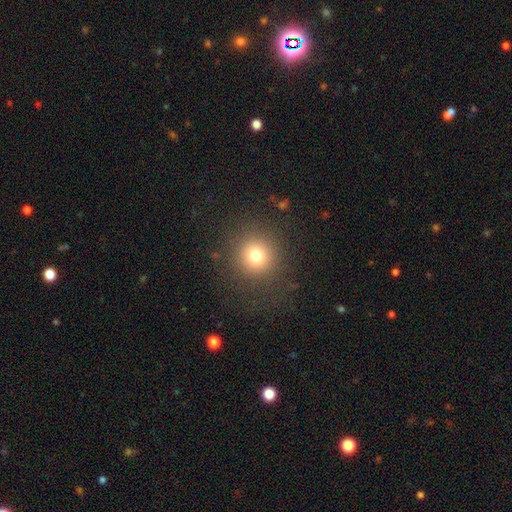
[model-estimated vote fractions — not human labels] This is likely a smooth galaxy (77%). How rounded: clearly round (94%). Merging: clearly none (87%).